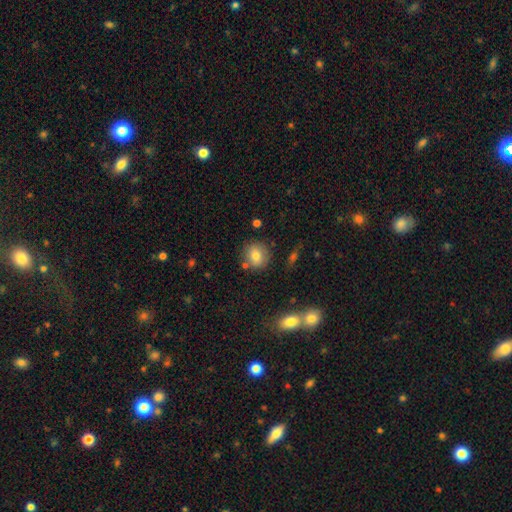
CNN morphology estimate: Smooth or featured? Predicted: smooth (p=0.77). How rounded? Predicted: round (p=0.84). Merging? Predicted: none (p=0.79).